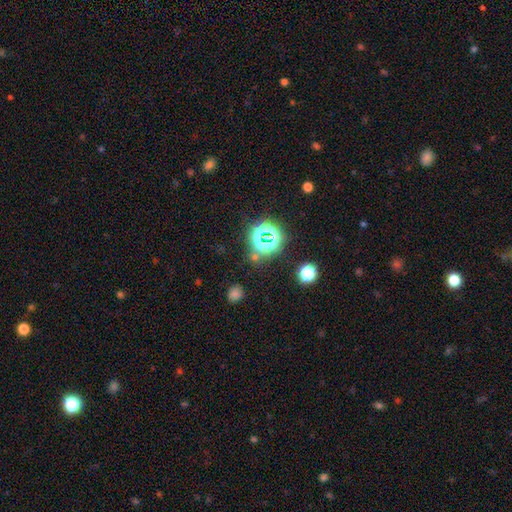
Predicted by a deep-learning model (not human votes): Smooth or featured? Predicted: star or artifact (p=0.65).